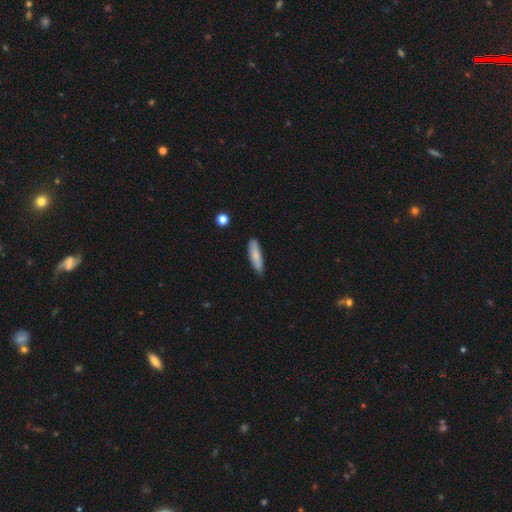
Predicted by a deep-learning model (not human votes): smooth 78%, featured or disk 16%, star or artifact 6%. Down the decision tree: how rounded — cigar-shaped (67%); merging — none (79%).